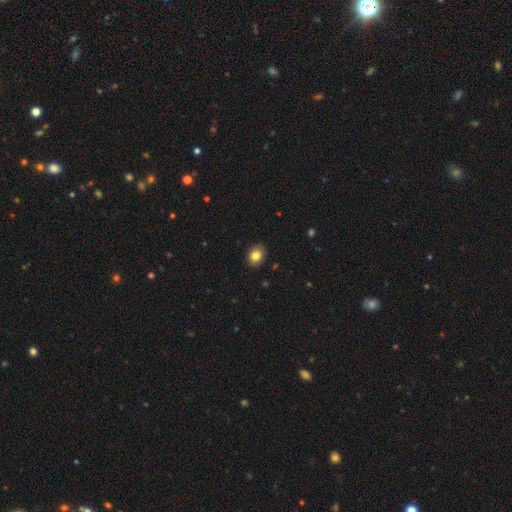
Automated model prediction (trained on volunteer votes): Smooth or featured: smooth — 83% (star or artifact — 10%)
How rounded: in between — 55% (round — 45%)
Merging: none — 89% (minor disturbance — 8%)